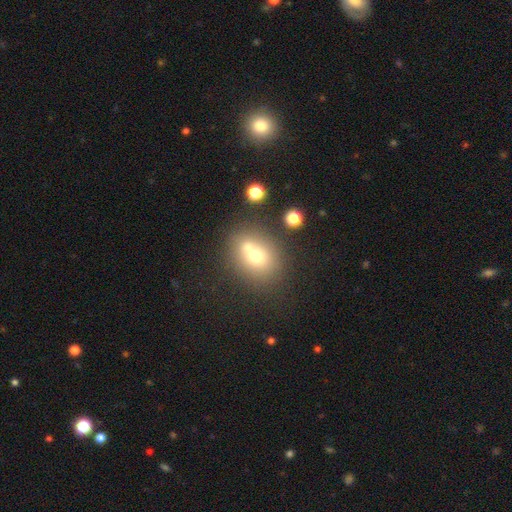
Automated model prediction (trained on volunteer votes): Overall: smooth (66%). How rounded: round (64%; in between 35%). Merging: none (45%; merger 41%).